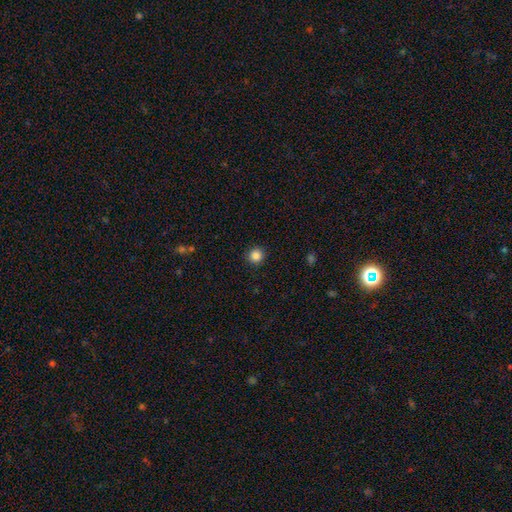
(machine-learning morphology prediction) This appears to be a smooth galaxy with no disk features (86%) that is round (94%). Merging: none (92%).